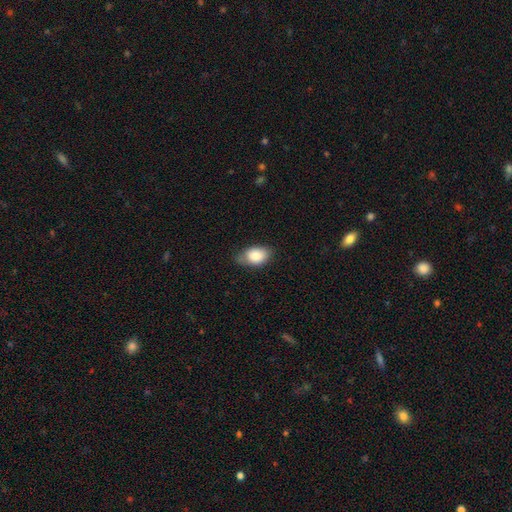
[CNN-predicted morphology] This appears to be a smooth galaxy with no disk features (84%) that is in between round and cigar-shaped (85%). Merging: none (64%).